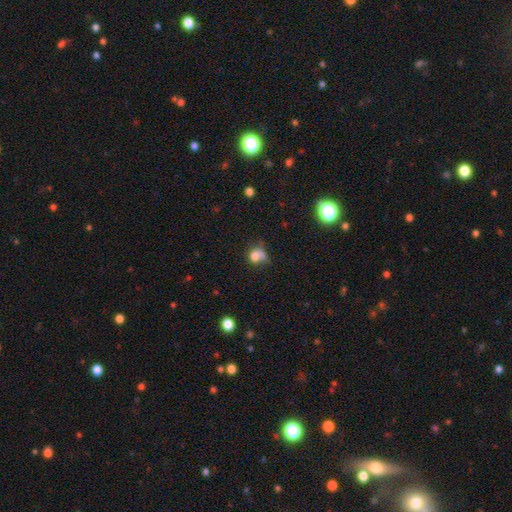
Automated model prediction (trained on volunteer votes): Smooth or featured? Predicted: smooth (p=0.68). How rounded? Predicted: round (p=0.59). Merging? Predicted: none (p=0.32).